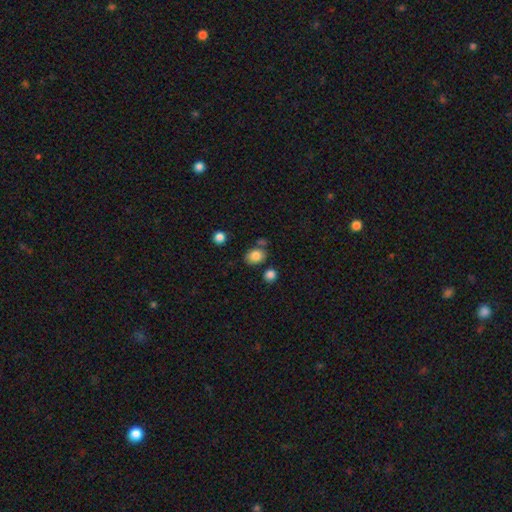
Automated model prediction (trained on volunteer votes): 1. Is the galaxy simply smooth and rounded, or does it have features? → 83% smooth, 10% star or artifact, 7% featured or disk.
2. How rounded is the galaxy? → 57% in between, 42% round, 1% cigar-shaped.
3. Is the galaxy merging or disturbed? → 72% none, 14% minor disturbance, 10% merger, 4% major disturbance.